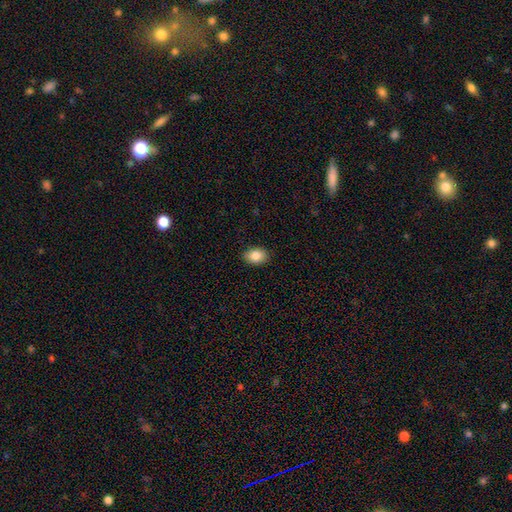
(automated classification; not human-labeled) smooth 86%, star or artifact 8%, featured or disk 6%. Down the decision tree: how rounded — in between (79%); merging — none (89%).